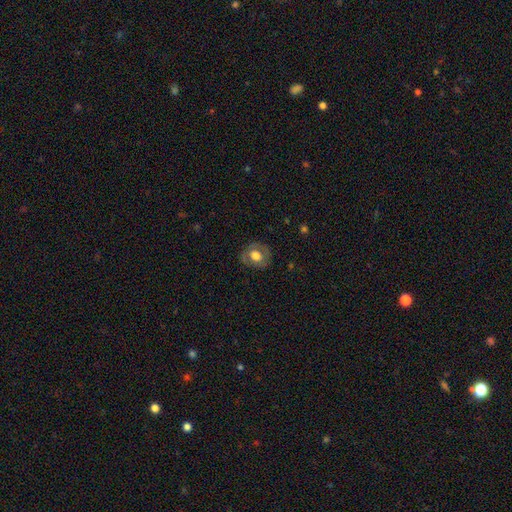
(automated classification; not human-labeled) This is possibly a smooth galaxy (53%). How rounded: likely round (60%). Merging: likely none (78%).